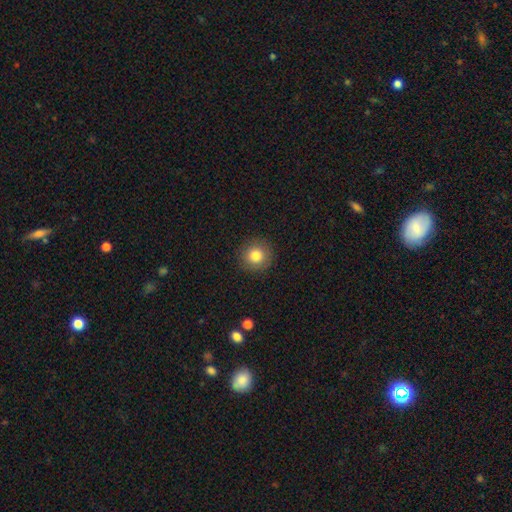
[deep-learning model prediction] smooth-or-featured: smooth: 82% | star or artifact: 10% | featured or disk: 8%
  how-rounded: round: 94% | in between: 5% | cigar-shaped: 1%
  merging: none: 90% | minor disturbance: 6% | major disturbance: 2% | merger: 1%